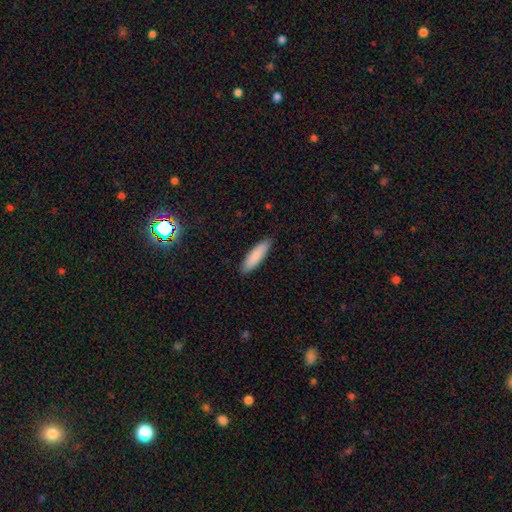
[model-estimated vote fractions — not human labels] Smooth or featured?
  - smooth: 88% *
  - featured or disk: 7%
  - star or artifact: 5%
How rounded?
  - cigar-shaped: 64% *
  - in between: 35%
  - round: 1%
Merging?
  - none: 89% *
  - minor disturbance: 9%
  - major disturbance: 2%
  - merger: 1%